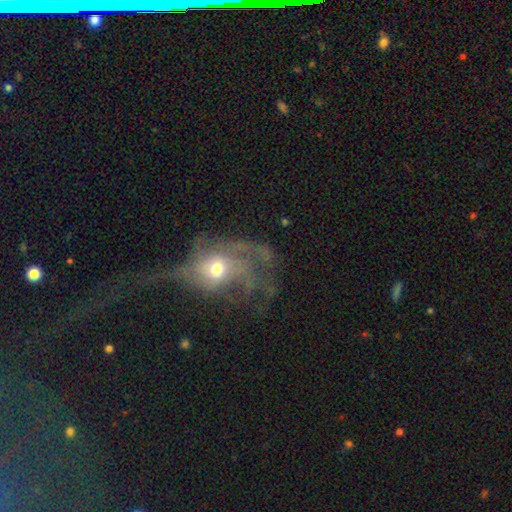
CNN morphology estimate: Smooth or featured? Predicted: featured or disk (p=0.70). Edge-on disk? Predicted: no (p=0.94). Bar? Predicted: no (p=0.79). Spiral arms? Predicted: yes (p=0.65). Bulge size? Predicted: moderate (p=0.64). Merging? Predicted: major disturbance (p=0.56).